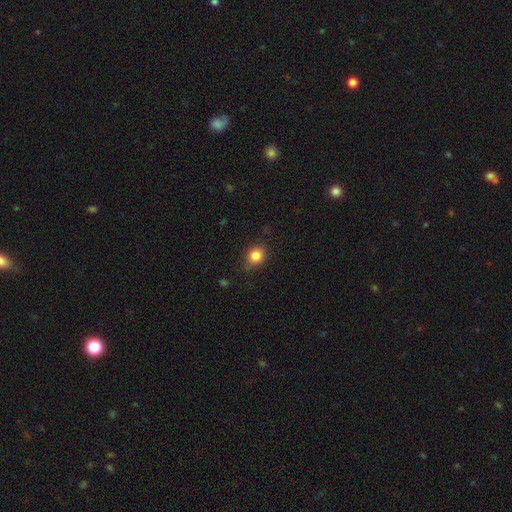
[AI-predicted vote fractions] This is clearly a smooth galaxy (84%). How rounded: likely round (72%). Merging: likely none (79%).